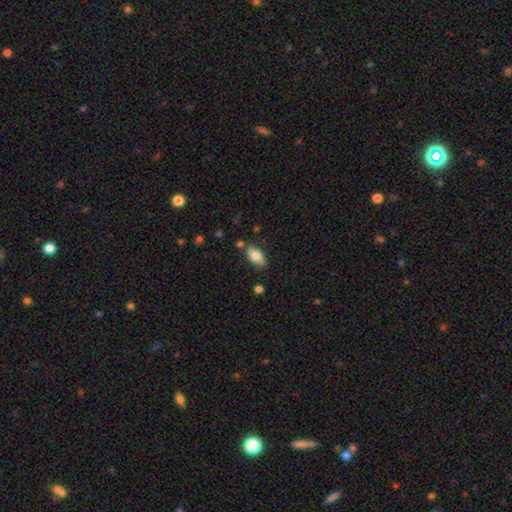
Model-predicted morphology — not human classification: smooth_or_featured: smooth (p=0.77) [alt: featured or disk p=0.16]
how_rounded: in between (p=0.91) [alt: cigar-shaped p=0.05]
merging: none (p=0.81) [alt: minor disturbance p=0.13]